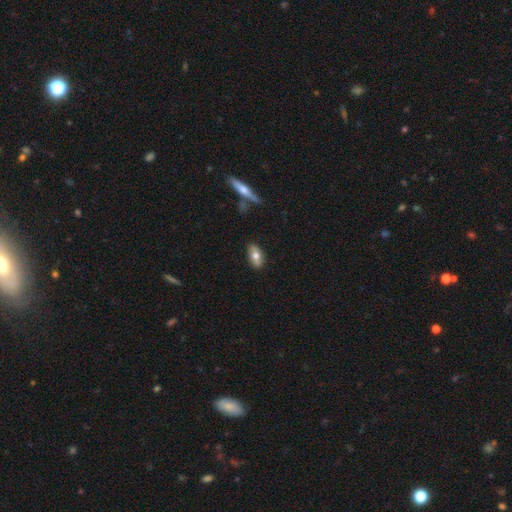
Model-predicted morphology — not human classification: Smooth or featured? smooth (63%)
How rounded? in between (85%)
Merging? none (85%)